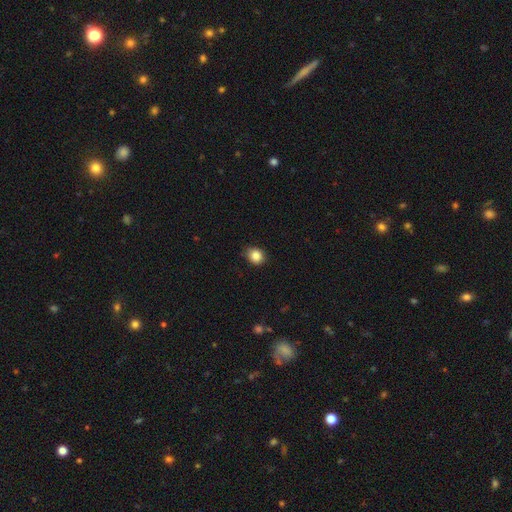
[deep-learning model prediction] Smooth or featured: smooth — 86% (star or artifact — 10%)
How rounded: round — 67% (in between — 32%)
Merging: none — 83% (minor disturbance — 14%)